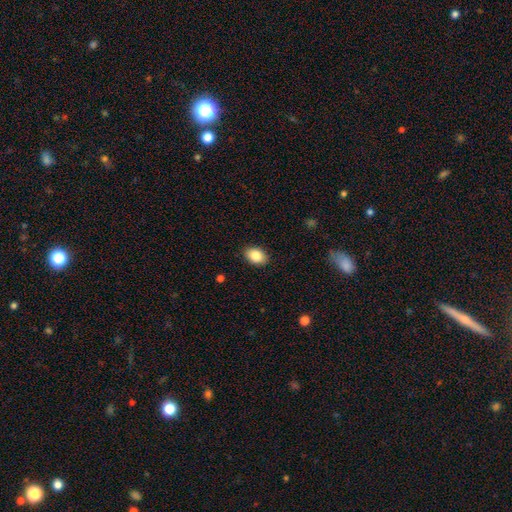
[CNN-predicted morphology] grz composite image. It shows a smooth galaxy with no disk features (85%) that is in between round and cigar-shaped (79%). Merging: none (88%).